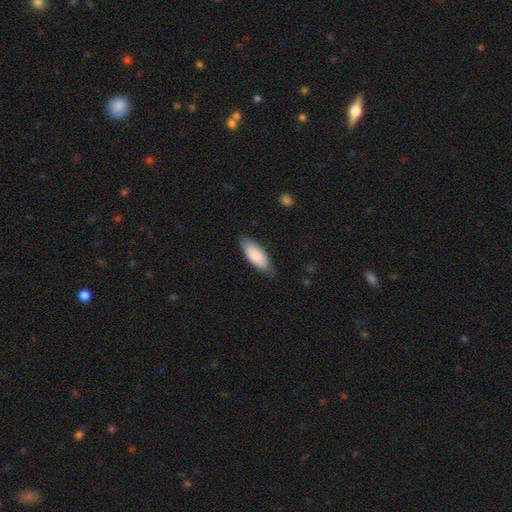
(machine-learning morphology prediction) This is clearly a smooth galaxy (81%). How rounded: likely in between (78%). Merging: likely none (76%).